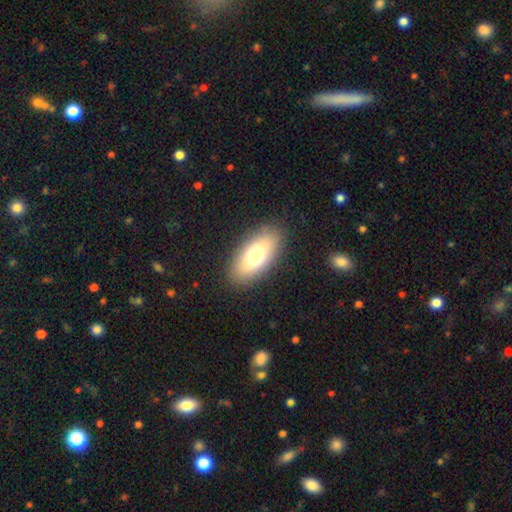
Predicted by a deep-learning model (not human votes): The model was most divided on "smooth or featured": smooth: 75%, featured or disk: 18%, star or artifact: 7%. More confident: merging — none (87%); how rounded — in between (86%).